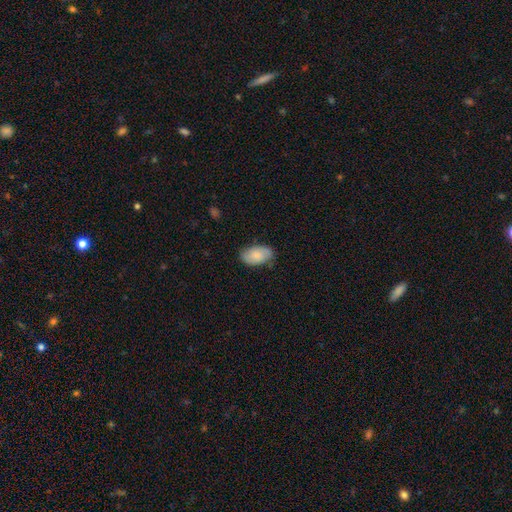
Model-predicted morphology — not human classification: Smooth or featured? Predicted: smooth (p=0.67). How rounded? Predicted: in between (p=0.94). Merging? Predicted: none (p=0.75).